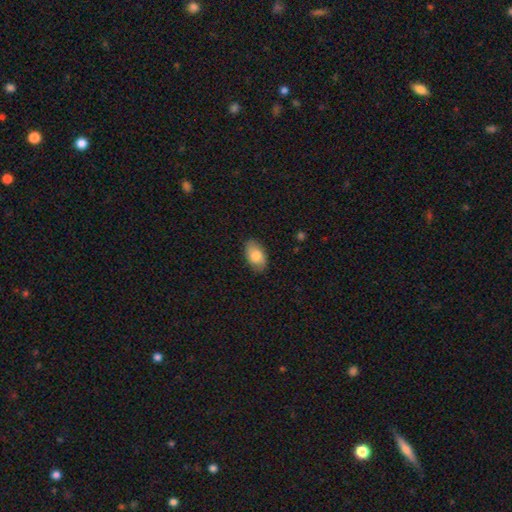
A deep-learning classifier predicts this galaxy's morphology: Smooth or featured?
  - smooth: 80% *
  - featured or disk: 14%
  - star or artifact: 7%
How rounded?
  - in between: 92% *
  - round: 6%
  - cigar-shaped: 2%
Merging?
  - none: 83% *
  - minor disturbance: 13%
  - major disturbance: 3%
  - merger: 1%